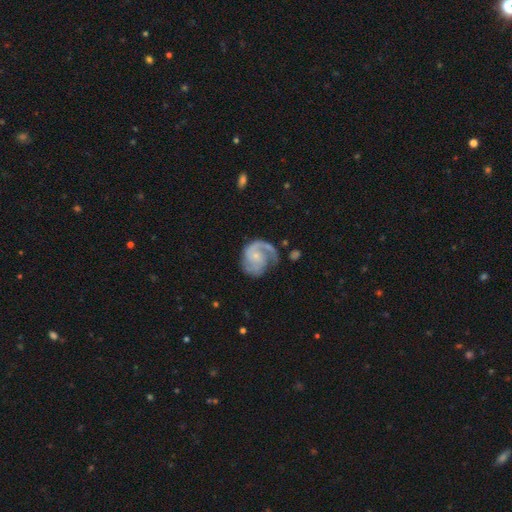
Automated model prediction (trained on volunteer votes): Overall: featured or disk (86%). Edge-on disk: no (98%). Bar: no (67%). Spiral arms: yes (97%). Spiral arm count: 2 (64%). Spiral winding: medium (47%; tight 37%). Bulge size: small (73%). Merging: none (61%; minor disturbance 21%).